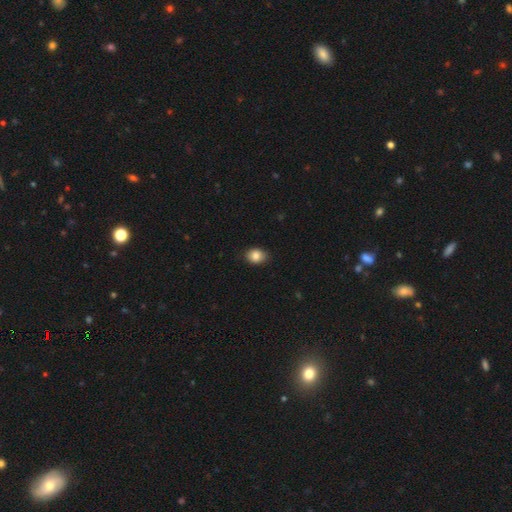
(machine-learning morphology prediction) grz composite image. It shows a smooth galaxy with no disk features (85%) that is in between round and cigar-shaped (56%). Merging: none (85%).